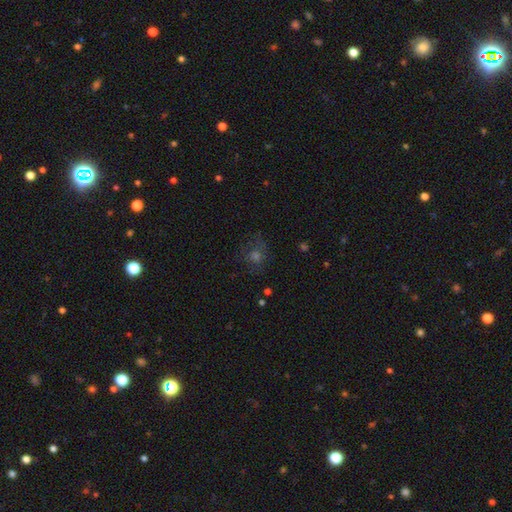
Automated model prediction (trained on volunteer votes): This appears to be a smooth galaxy with no disk features (45%). Merging: none (68%).